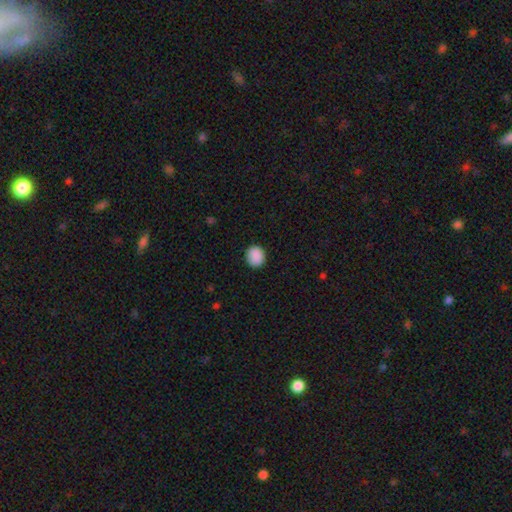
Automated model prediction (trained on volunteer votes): Smooth or featured? Predicted: smooth (p=0.89). How rounded? Predicted: round (p=0.75). Merging? Predicted: none (p=0.89).